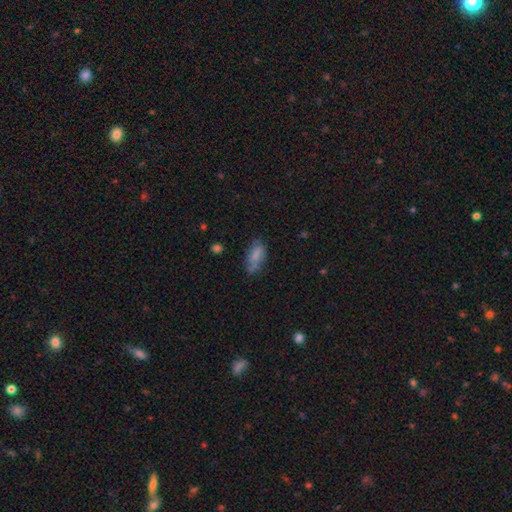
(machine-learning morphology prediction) Smooth or featured? Predicted: smooth (p=0.77). How rounded? Predicted: in between (p=0.86). Merging? Predicted: none (p=0.59).